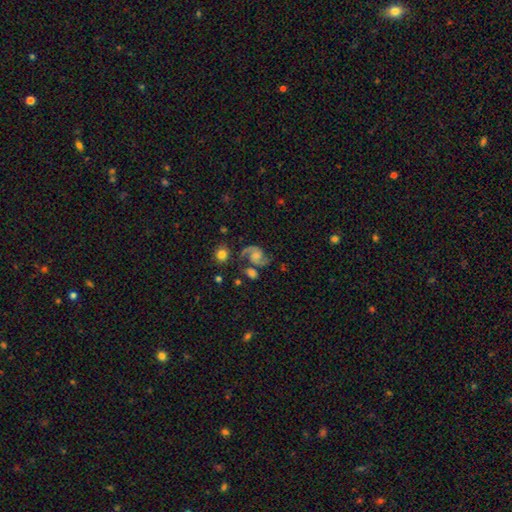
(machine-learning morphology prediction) The model was most divided on "bulge size": moderate: 40%, small: 33%, none: 15%, large: 10%, dominant: 2%. More confident: edge-on disk — no (98%); spiral arms — yes (96%); spiral arm count — 2 (91%); smooth or featured — featured or disk (84%); bar — no (64%); merging — none (59%); spiral winding — medium (54%).